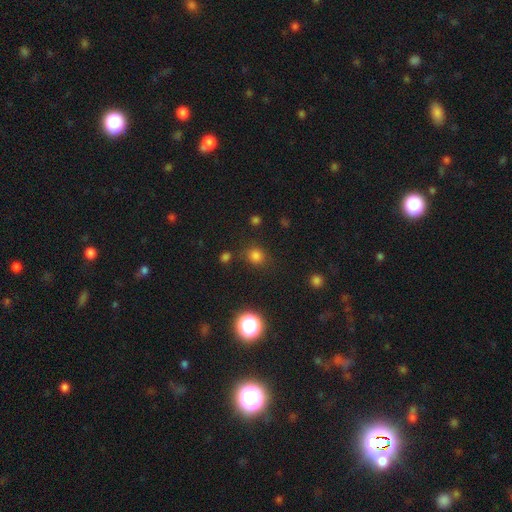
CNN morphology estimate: A smooth galaxy with no disk features (76%) that is round (83%).

Vote fractions:
- Smooth or featured? smooth: 76% / star or artifact: 19% / featured or disk: 5%
- How rounded? round: 83% / in between: 16% / cigar-shaped: 1%
- Merging? none: 81% / minor disturbance: 11% / major disturbance: 4% / merger: 4%